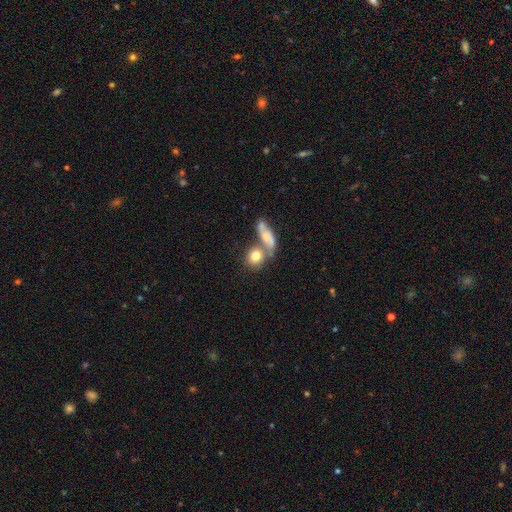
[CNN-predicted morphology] Q: Smooth or featured?
A: smooth (74%); runner-up: featured or disk (16%)
Q: How rounded?
A: round (72%); runner-up: in between (25%)
Q: Merging?
A: none (42%); tied with: merger (42%)